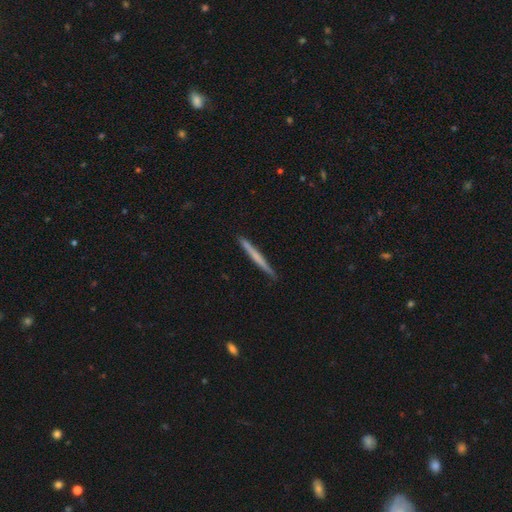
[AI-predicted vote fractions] smooth-or-featured: smooth: 55% | featured or disk: 40% | star or artifact: 5%
  how-rounded: cigar-shaped: 97% | in between: 2% | round: 1%
  merging: none: 91% | minor disturbance: 7% | major disturbance: 1% | merger: 1%